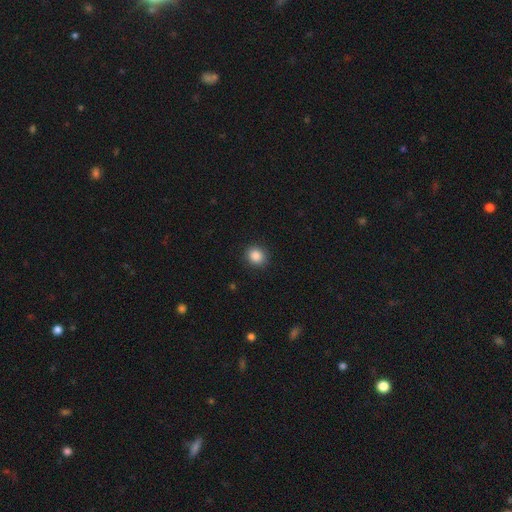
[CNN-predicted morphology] Smooth or featured? Predicted: smooth (p=0.87). How rounded? Predicted: round (p=0.79). Merging? Predicted: none (p=0.90).